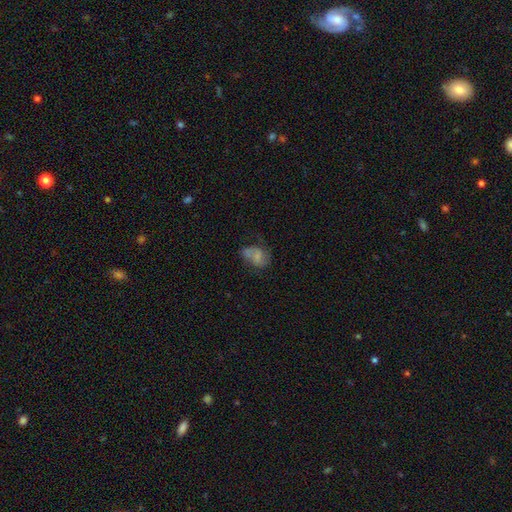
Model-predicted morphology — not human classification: type=smooth (55%); roundness=in between (76%); merging=none (40%).